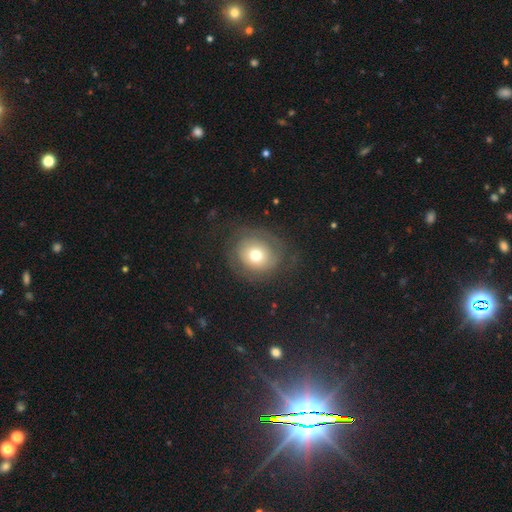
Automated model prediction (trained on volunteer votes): This appears to be a smooth galaxy with no disk features (53%) that is round (79%). Merging: none (71%).